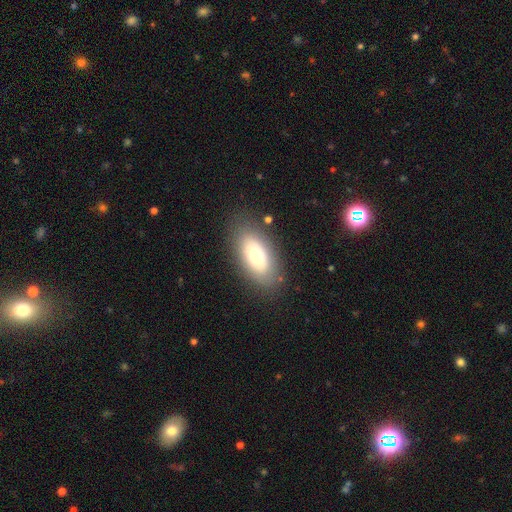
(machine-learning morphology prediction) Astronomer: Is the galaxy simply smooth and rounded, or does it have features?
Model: smooth — 68%.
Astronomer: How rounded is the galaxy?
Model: in between — 91%.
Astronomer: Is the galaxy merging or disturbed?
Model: none — 83%.